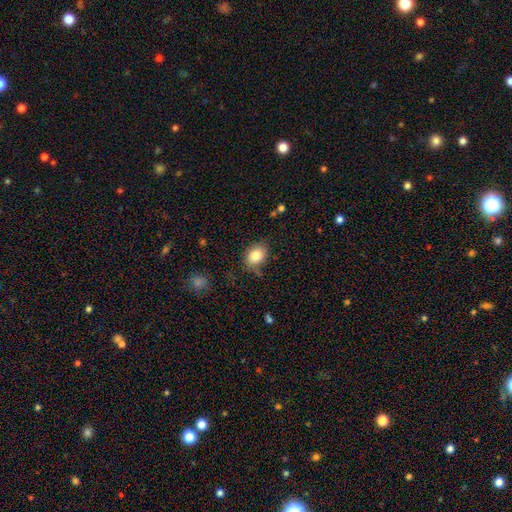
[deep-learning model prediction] A smooth galaxy with no disk features (82%) that is in between round and cigar-shaped (65%).

Vote fractions:
- Smooth or featured? smooth: 82% / featured or disk: 9% / star or artifact: 9%
- How rounded? in between: 65% / round: 34% / cigar-shaped: 1%
- Merging? none: 76% / minor disturbance: 17% / major disturbance: 4% / merger: 3%